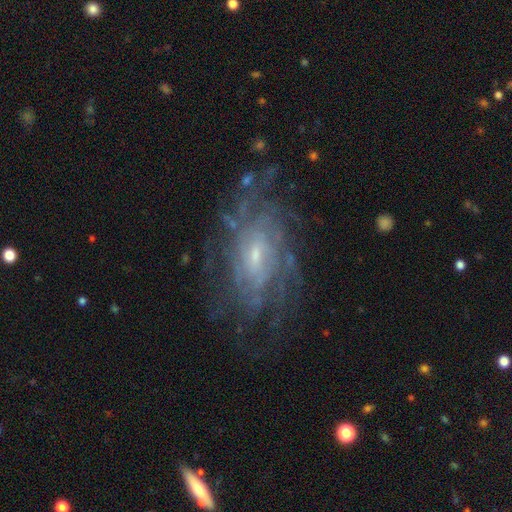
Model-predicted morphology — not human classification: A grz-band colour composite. It shows a featured or disk galaxy (86%) with a weak bar (49%), tight (63%) spiral arms (92%) and a small central bulge (67%). Merging: none (71%).